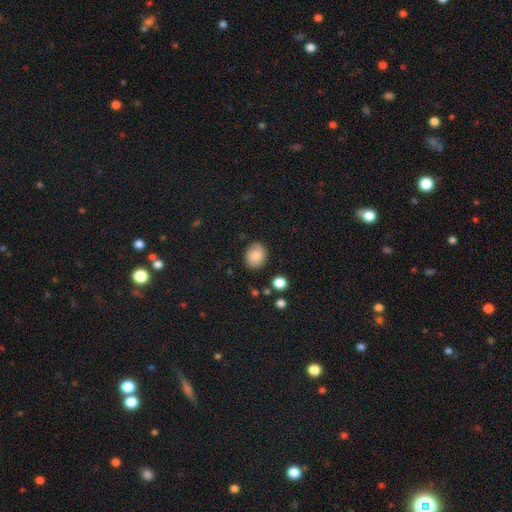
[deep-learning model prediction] Smooth or featured? smooth (85%)
How rounded? round (55%)
Merging? none (86%)